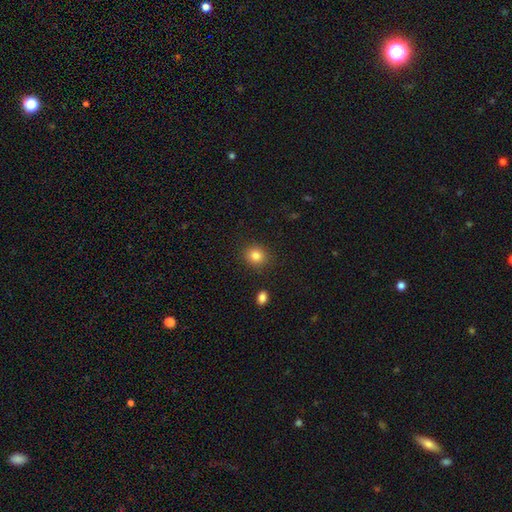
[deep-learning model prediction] The model was most divided on "how rounded": round: 77%, in between: 22%, cigar-shaped: 1%. More confident: merging — none (88%); smooth or featured — smooth (84%).